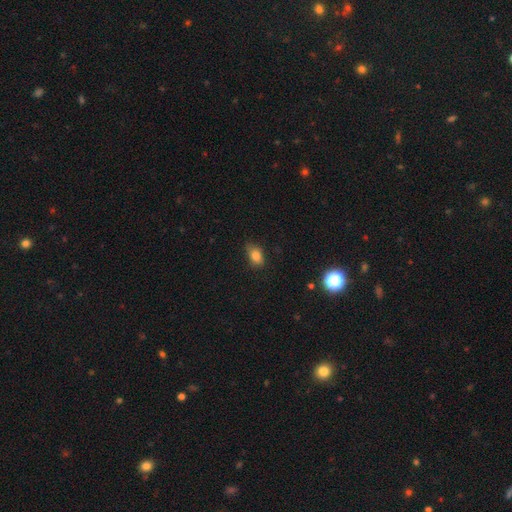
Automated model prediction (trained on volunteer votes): This appears to be a smooth galaxy with no disk features (81%) that is in between round and cigar-shaped (82%). Merging: none (70%).